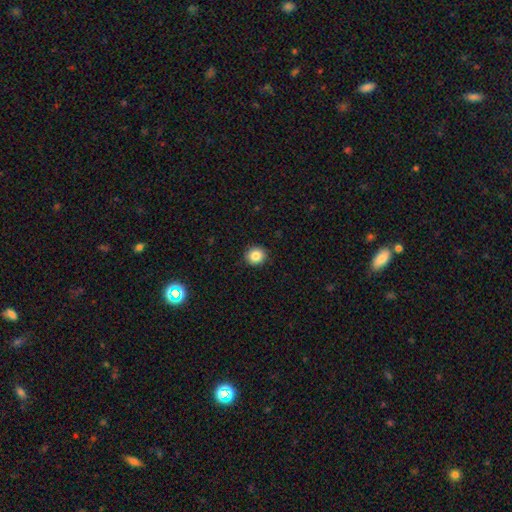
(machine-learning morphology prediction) Smooth or featured? Predicted: smooth (p=0.85). How rounded? Predicted: round (p=0.91). Merging? Predicted: none (p=0.92).